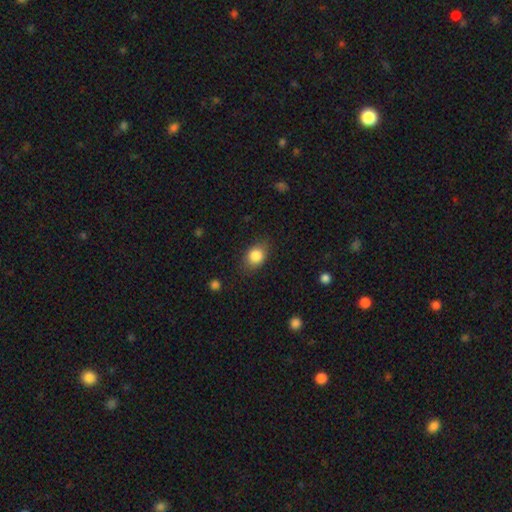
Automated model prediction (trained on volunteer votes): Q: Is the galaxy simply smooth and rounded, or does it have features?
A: smooth — 84%.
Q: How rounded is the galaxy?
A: in between — 62%.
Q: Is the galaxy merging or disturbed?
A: none — 79%.